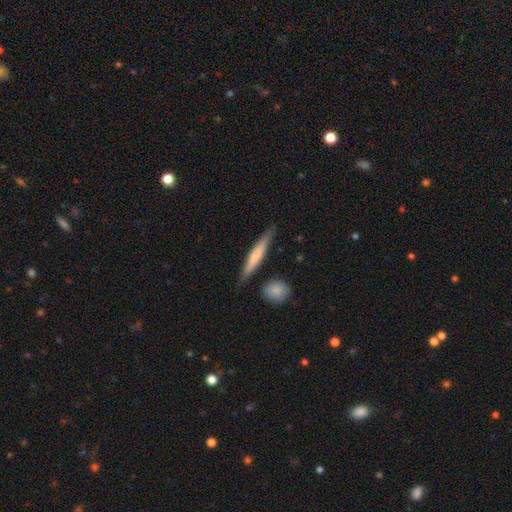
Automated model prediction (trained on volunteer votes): Smooth or featured? smooth (60%)
How rounded? cigar-shaped (91%)
Merging? none (83%)